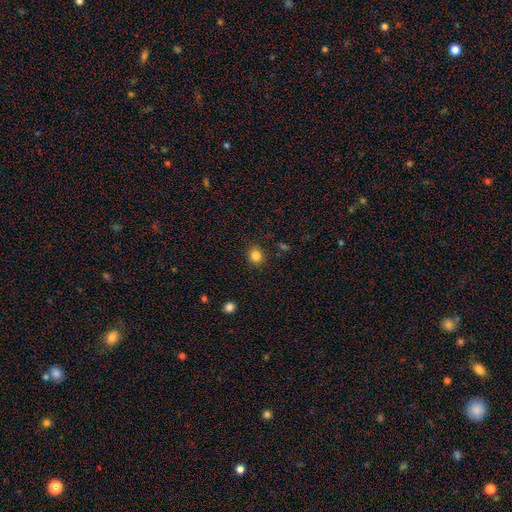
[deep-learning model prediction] Q: Smooth or featured?
A: smooth (84%); runner-up: star or artifact (12%)
Q: How rounded?
A: round (78%); runner-up: in between (21%)
Q: Merging?
A: none (89%); runner-up: minor disturbance (7%)